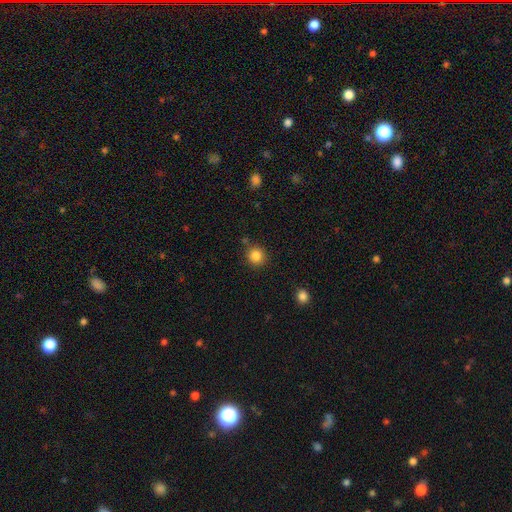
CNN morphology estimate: A smooth galaxy with no disk features (85%) that is round (91%). Merging: none (84%).